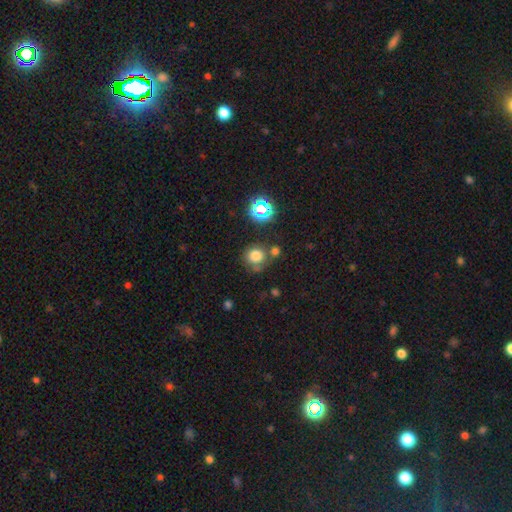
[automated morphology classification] This appears to be a smooth galaxy with no disk features (74%) that is round (88%). Merging: none (66%).